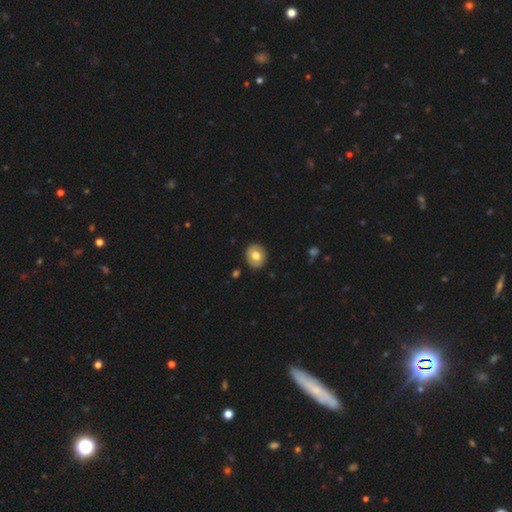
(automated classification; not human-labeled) smooth 73%, featured or disk 19%, star or artifact 8%. Down the decision tree: how rounded — round (75%); merging — none (90%).